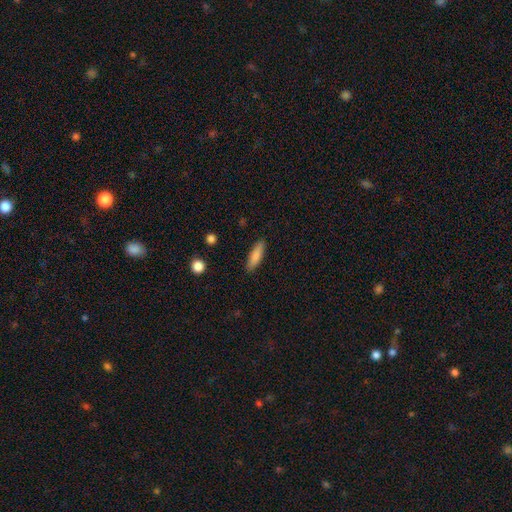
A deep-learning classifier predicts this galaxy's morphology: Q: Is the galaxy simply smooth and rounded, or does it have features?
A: smooth — 83%.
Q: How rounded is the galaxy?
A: cigar-shaped — 64%.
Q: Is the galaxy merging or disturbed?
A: none — 88%.